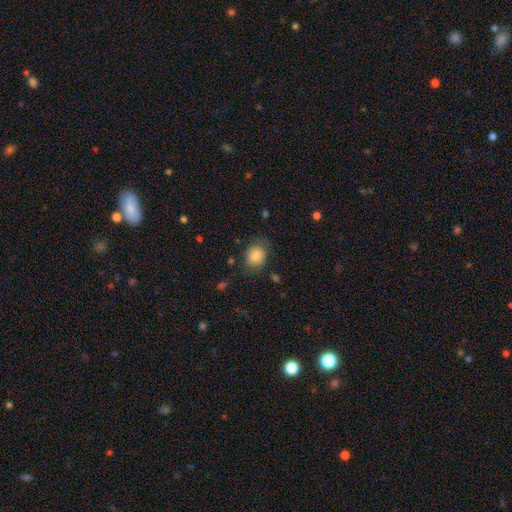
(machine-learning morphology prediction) smooth-or-featured: smooth: 84% | star or artifact: 8% | featured or disk: 8%
  how-rounded: round: 51% | in between: 48% | cigar-shaped: 1%
  merging: none: 73% | minor disturbance: 18% | major disturbance: 7% | merger: 2%